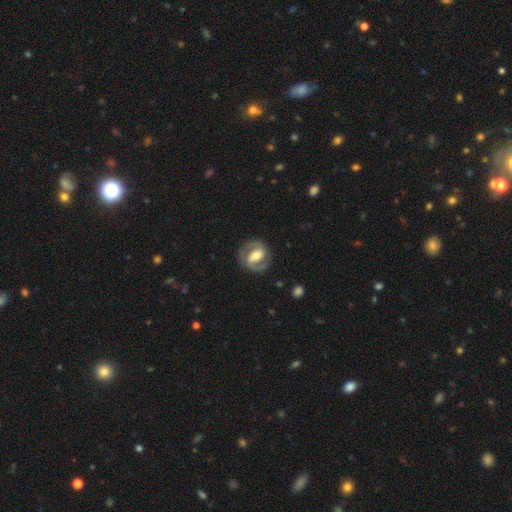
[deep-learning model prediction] Overall: featured or disk (81%). Edge-on disk: no (97%). Bar: strong (46%; weak 37%). Spiral arms: yes (89%). Spiral arm count: 2 (90%). Spiral winding: medium (49%; tight 38%). Bulge size: moderate (59%; small 20%). Merging: none (83%).